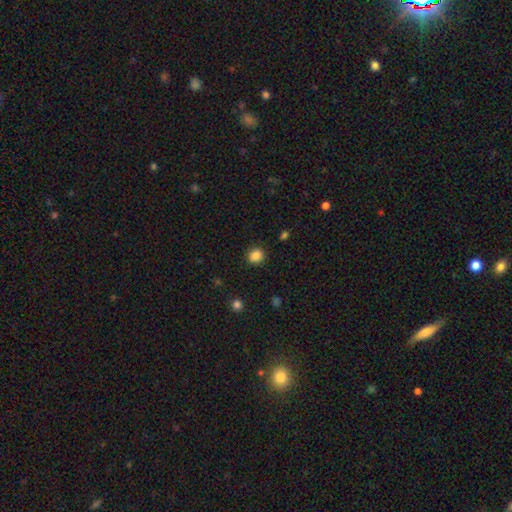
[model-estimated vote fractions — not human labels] A smooth galaxy with no disk features (85%) that is round (86%). Merging: none (90%).